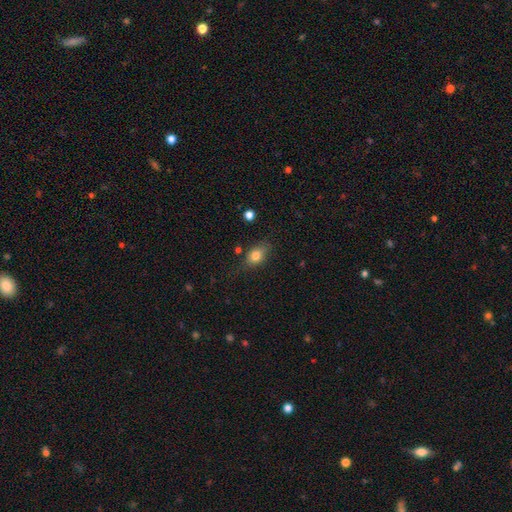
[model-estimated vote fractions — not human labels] This is likely a smooth galaxy (80%). How rounded: likely in between (76%). Merging: likely none (66%).